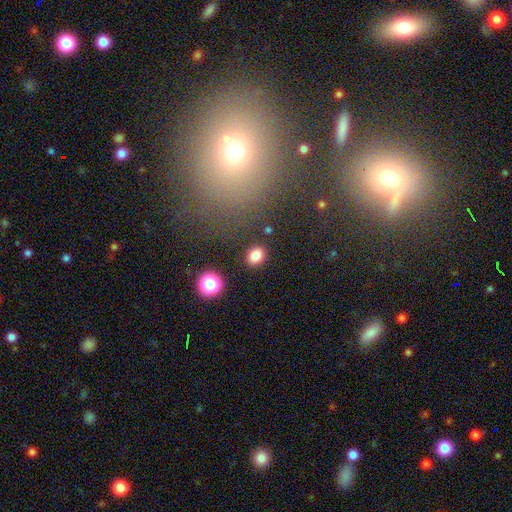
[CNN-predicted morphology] Smooth or featured: smooth — 83% (star or artifact — 12%)
How rounded: in between — 54% (round — 45%)
Merging: none — 86% (minor disturbance — 9%)